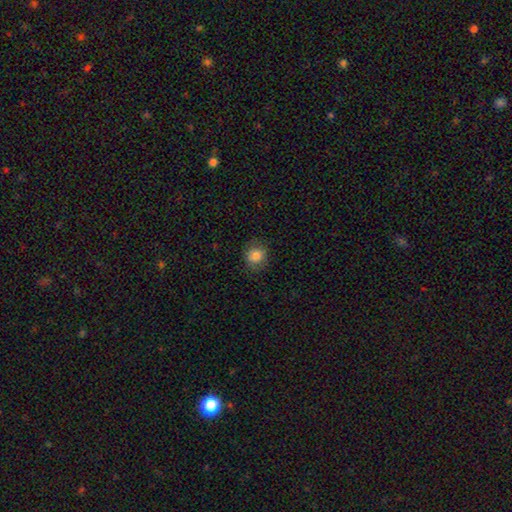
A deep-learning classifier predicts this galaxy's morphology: smooth-or-featured: smooth: 82% | star or artifact: 10% | featured or disk: 8%
  how-rounded: round: 81% | in between: 18% | cigar-shaped: 1%
  merging: none: 84% | minor disturbance: 12% | major disturbance: 4% | merger: 1%